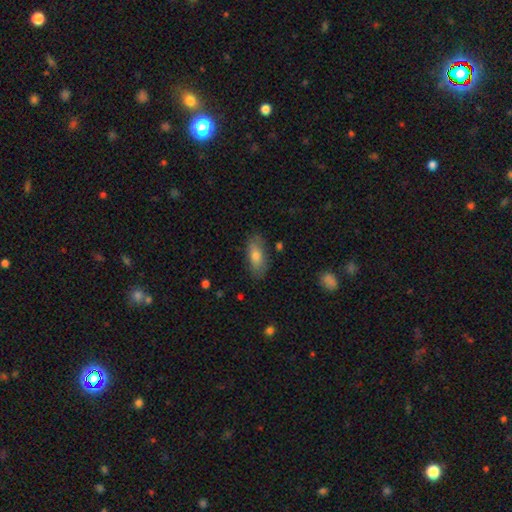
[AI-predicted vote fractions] Smooth or featured? smooth (72%)
How rounded? in between (78%)
Merging? none (80%)